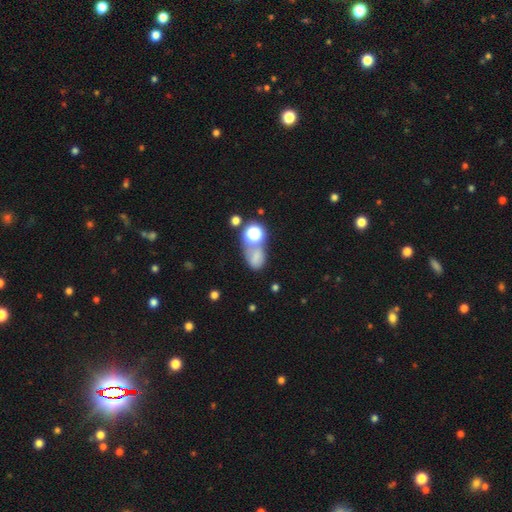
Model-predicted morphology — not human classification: This appears to be a smooth galaxy with no disk features (63%) that is in between round and cigar-shaped (62%). Merging: none (36%).